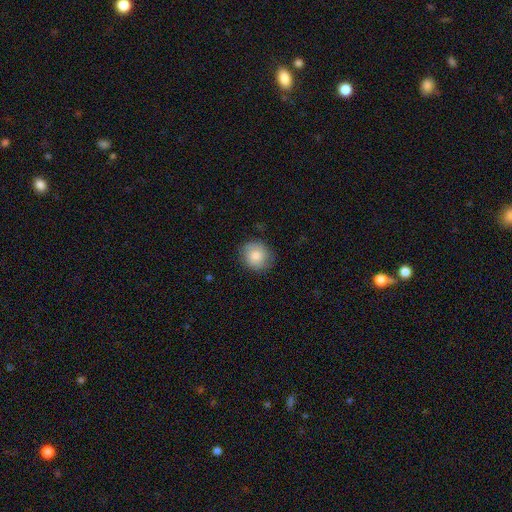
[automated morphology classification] Smooth or featured?
  - smooth: 78% *
  - featured or disk: 15%
  - star or artifact: 7%
How rounded?
  - round: 78% *
  - in between: 21%
  - cigar-shaped: 1%
Merging?
  - none: 82% *
  - minor disturbance: 14%
  - major disturbance: 4%
  - merger: 1%